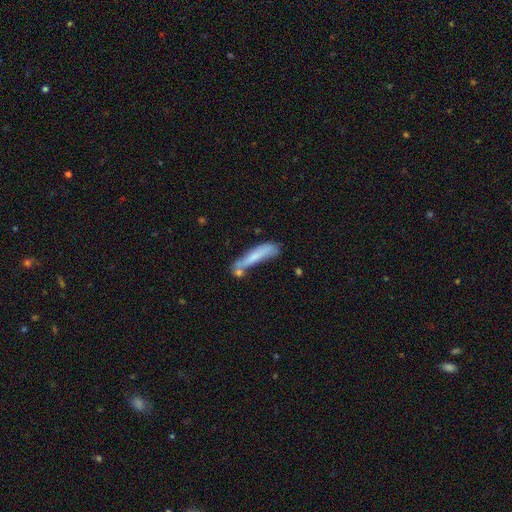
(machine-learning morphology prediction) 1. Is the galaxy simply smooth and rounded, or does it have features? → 65% smooth, 28% featured or disk, 7% star or artifact.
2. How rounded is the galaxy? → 86% cigar-shaped, 12% in between, 1% round.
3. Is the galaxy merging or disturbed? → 44% none, 24% minor disturbance, 21% merger, 11% major disturbance.